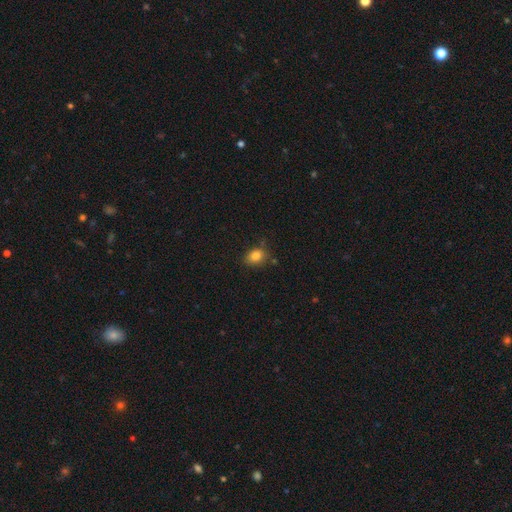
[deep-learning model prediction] smooth 83%, star or artifact 10%, featured or disk 7%. Down the decision tree: how rounded — in between (61%); merging — none (75%).